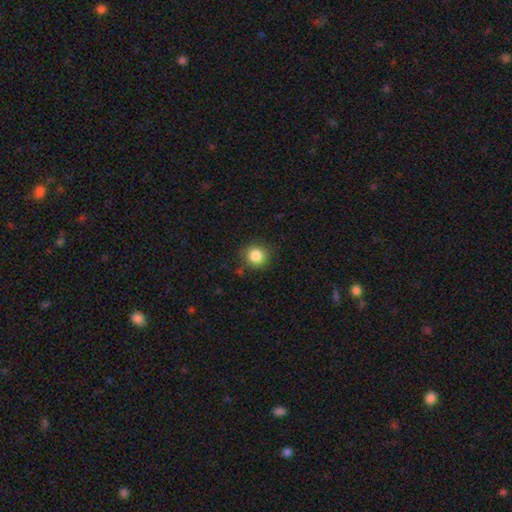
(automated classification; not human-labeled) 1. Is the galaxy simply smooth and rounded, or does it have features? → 85% smooth, 11% star or artifact, 5% featured or disk.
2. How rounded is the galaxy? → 91% round, 8% in between, 1% cigar-shaped.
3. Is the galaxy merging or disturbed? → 87% none, 9% minor disturbance, 3% major disturbance, 1% merger.